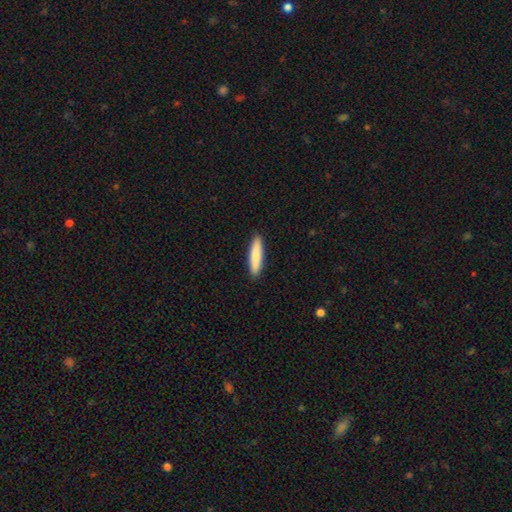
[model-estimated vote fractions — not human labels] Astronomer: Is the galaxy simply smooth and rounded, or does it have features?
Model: smooth — 86%.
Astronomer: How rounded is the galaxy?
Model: cigar-shaped — 82%.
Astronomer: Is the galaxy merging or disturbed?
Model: none — 92%.